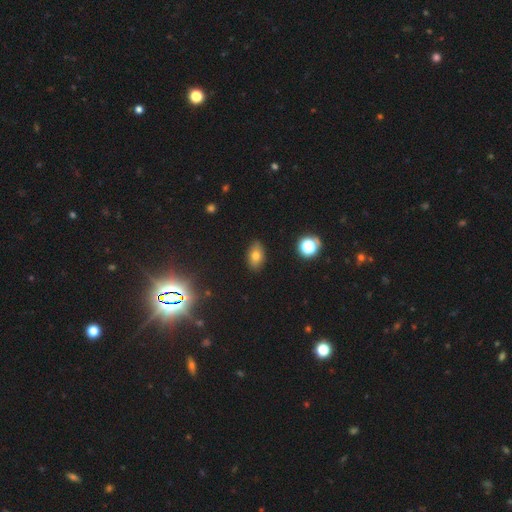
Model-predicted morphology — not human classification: Smooth or featured? Predicted: smooth (p=0.74). How rounded? Predicted: in between (p=0.86). Merging? Predicted: none (p=0.87).